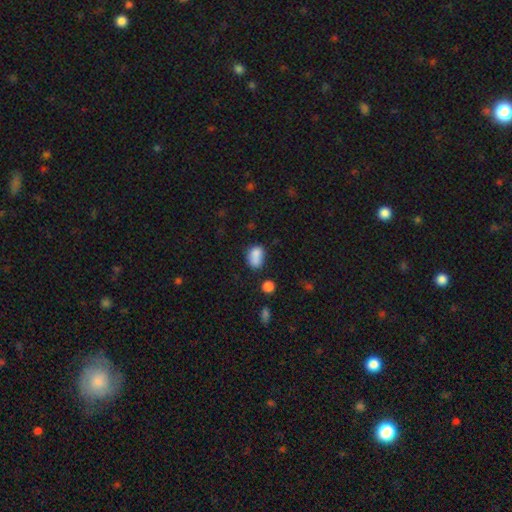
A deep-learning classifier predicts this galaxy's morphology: Smooth or featured? Predicted: smooth (p=0.81). How rounded? Predicted: in between (p=0.77). Merging? Predicted: none (p=0.44).